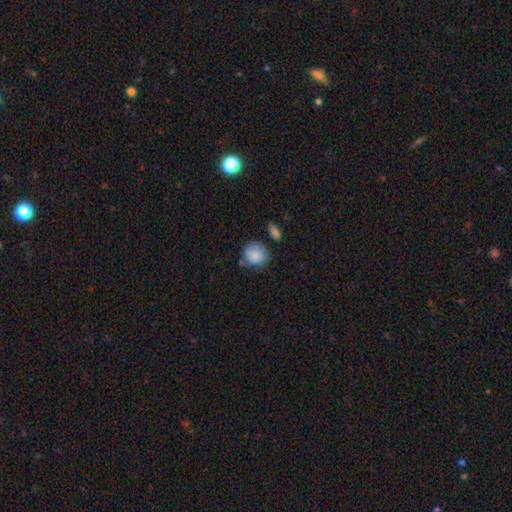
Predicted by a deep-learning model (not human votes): smooth_or_featured: smooth (p=0.85) [alt: featured or disk p=0.08]
how_rounded: round (p=0.75) [alt: in between p=0.24]
merging: none (p=0.61) [alt: minor disturbance p=0.25]